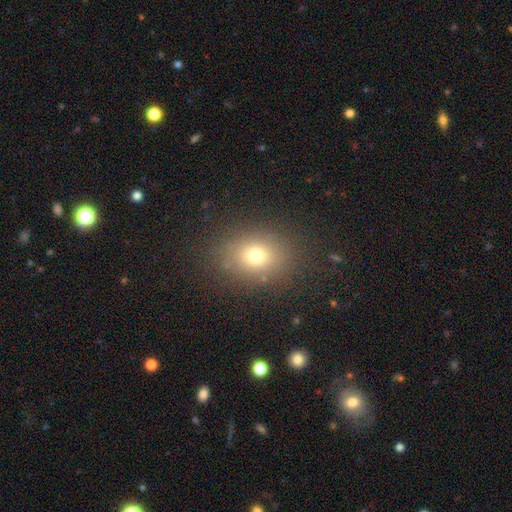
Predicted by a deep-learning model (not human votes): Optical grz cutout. It shows a smooth galaxy with no disk features (71%) that is round (54%). Merging: none (83%).